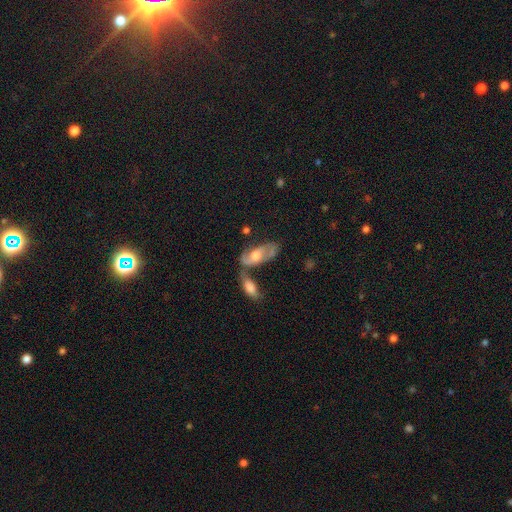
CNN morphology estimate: A featured or disk galaxy (57%). Merging: none (39%).